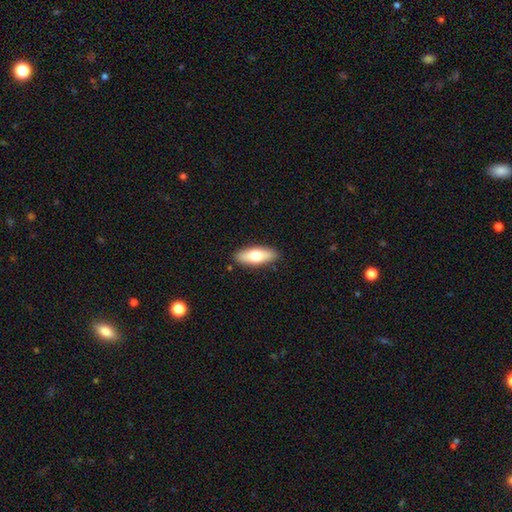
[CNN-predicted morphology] Smooth or featured?
  - smooth: 68% *
  - featured or disk: 26%
  - star or artifact: 6%
How rounded?
  - in between: 67% *
  - cigar-shaped: 30%
  - round: 2%
Merging?
  - none: 89% *
  - minor disturbance: 8%
  - major disturbance: 2%
  - merger: 1%